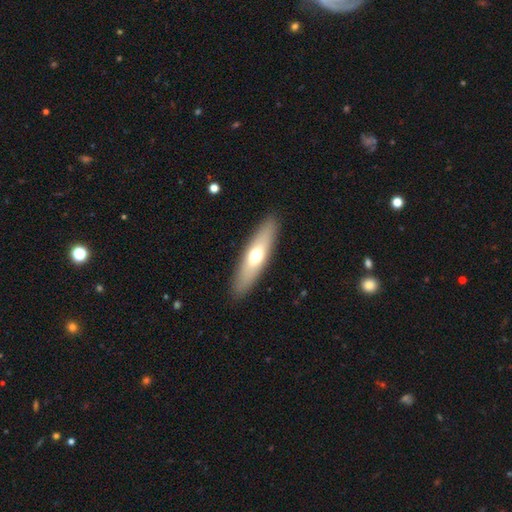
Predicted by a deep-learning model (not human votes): smooth-or-featured: smooth: 57% | featured or disk: 38% | star or artifact: 6%
  how-rounded: cigar-shaped: 65% | in between: 33% | round: 2%
  merging: none: 90% | minor disturbance: 7% | major disturbance: 2% | merger: 1%